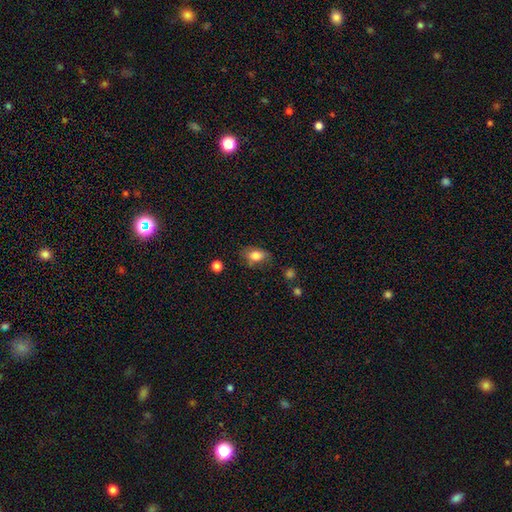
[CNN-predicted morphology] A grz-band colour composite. It shows a smooth galaxy with no disk features (81%) that is in between round and cigar-shaped (82%). Merging: none (68%).